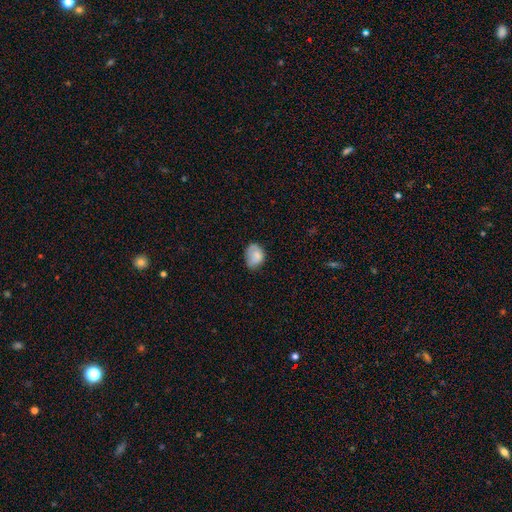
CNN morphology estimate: Q: Smooth or featured?
A: smooth (80%); runner-up: featured or disk (12%)
Q: How rounded?
A: in between (68%); runner-up: round (31%)
Q: Merging?
A: none (54%); runner-up: minor disturbance (35%)